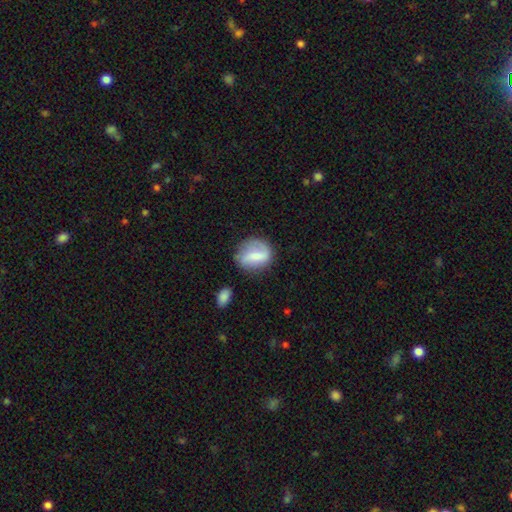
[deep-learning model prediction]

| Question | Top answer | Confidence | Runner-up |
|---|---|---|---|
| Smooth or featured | smooth | 53% | featured or disk (39%) |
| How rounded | round | 59% | in between (39%) |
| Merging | none | 63% | minor disturbance (24%) |